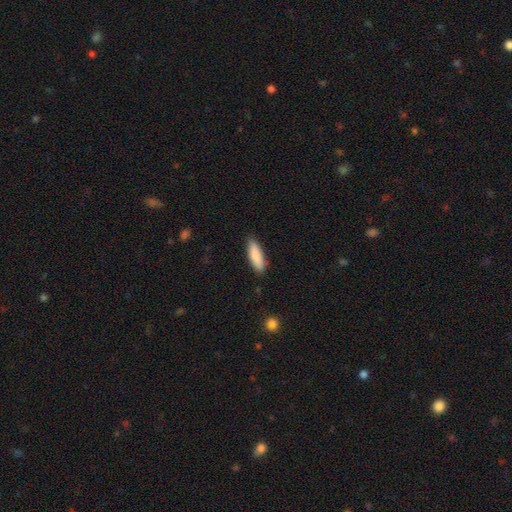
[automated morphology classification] Overall: smooth (87%). How rounded: cigar-shaped (55%; in between 44%). Merging: none (88%).